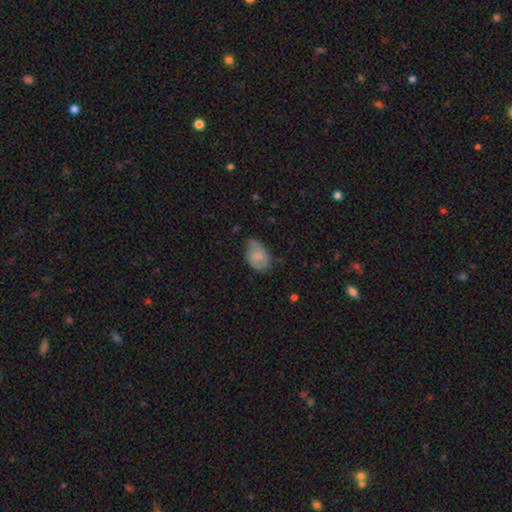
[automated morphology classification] smooth_or_featured: smooth (p=0.70) [alt: featured or disk p=0.23]
how_rounded: in between (p=0.89) [alt: round p=0.09]
merging: none (p=0.62) [alt: minor disturbance p=0.30]